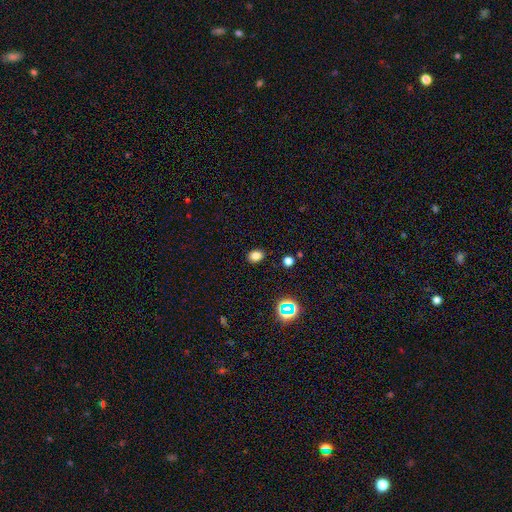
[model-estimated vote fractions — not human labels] A smooth galaxy with no disk features (79%) that is in between round and cigar-shaped (61%).

Vote fractions:
- Smooth or featured? smooth: 79% / star or artifact: 16% / featured or disk: 6%
- How rounded? in between: 61% / round: 38% / cigar-shaped: 1%
- Merging? none: 86% / minor disturbance: 10% / major disturbance: 3% / merger: 1%